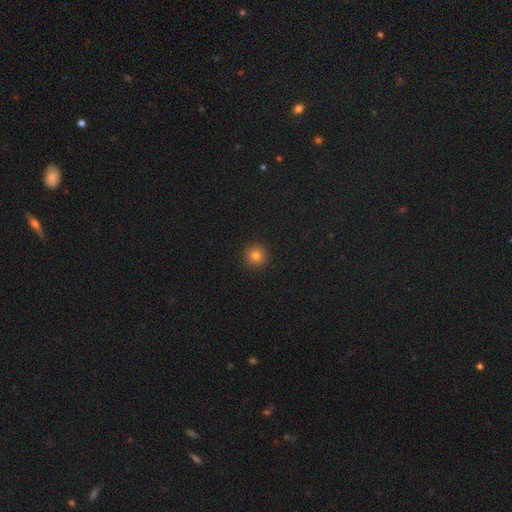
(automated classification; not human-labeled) The model was most divided on "smooth or featured": smooth: 81%, star or artifact: 14%, featured or disk: 6%. More confident: how rounded — round (96%); merging — none (93%).